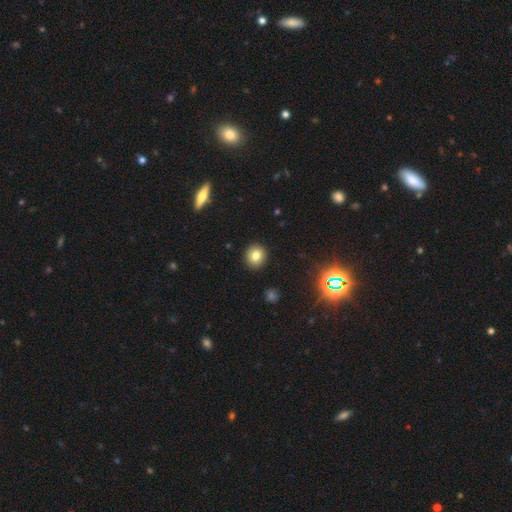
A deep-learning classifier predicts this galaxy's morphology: A smooth galaxy with no disk features (79%) that is round (85%).

Vote fractions:
- Smooth or featured? smooth: 79% / star or artifact: 13% / featured or disk: 8%
- How rounded? round: 85% / in between: 14% / cigar-shaped: 1%
- Merging? none: 91% / minor disturbance: 6% / major disturbance: 2% / merger: 1%